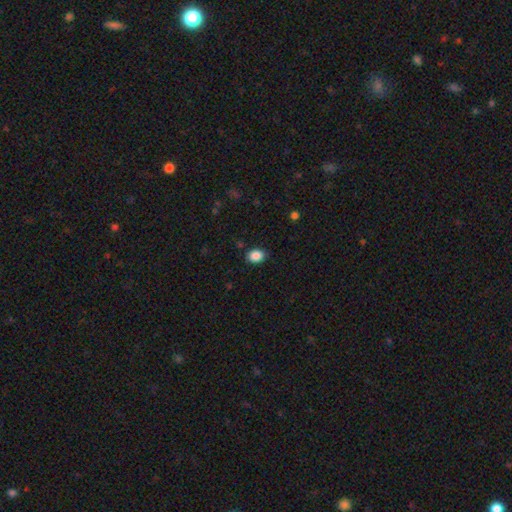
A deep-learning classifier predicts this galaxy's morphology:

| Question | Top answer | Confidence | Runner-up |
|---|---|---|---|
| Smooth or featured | smooth | 88% | star or artifact (9%) |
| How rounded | in between | 62% | round (37%) |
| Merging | none | 86% | minor disturbance (11%) |